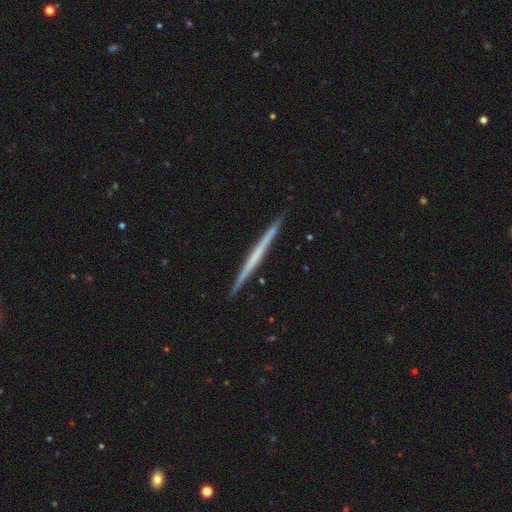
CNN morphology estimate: A featured or disk galaxy (63%) viewed edge-on (98%) with no central bulge (88%). Merging: none (92%).